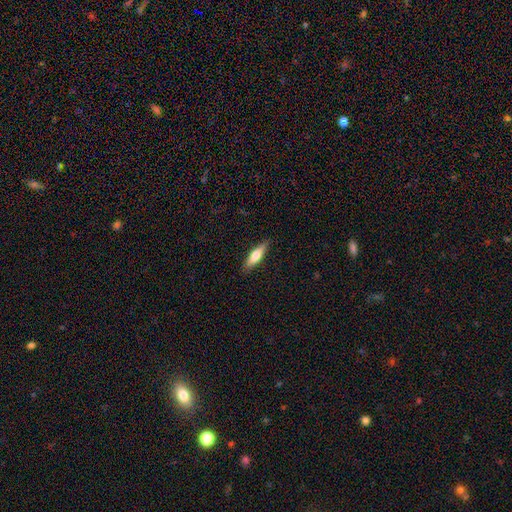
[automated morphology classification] Overall: smooth (64%; featured or disk 30%). How rounded: cigar-shaped (66%; in between 32%). Merging: none (87%).